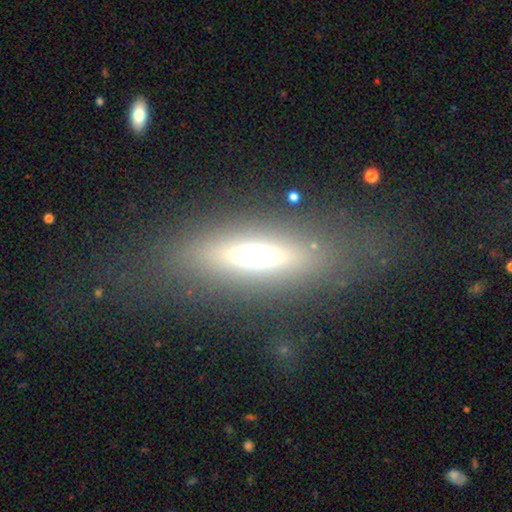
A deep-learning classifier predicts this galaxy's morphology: Overall: smooth (45%; featured or disk 42%). Merging: none (74%).